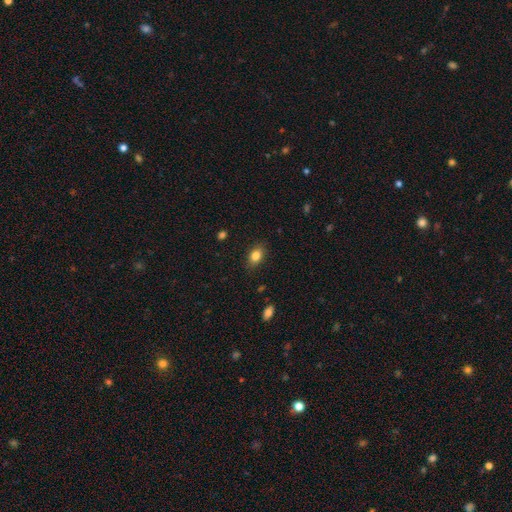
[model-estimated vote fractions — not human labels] Smooth or featured?
  - smooth: 84% *
  - star or artifact: 9%
  - featured or disk: 7%
How rounded?
  - in between: 78% *
  - round: 20%
  - cigar-shaped: 2%
Merging?
  - none: 85% *
  - minor disturbance: 11%
  - major disturbance: 3%
  - merger: 1%